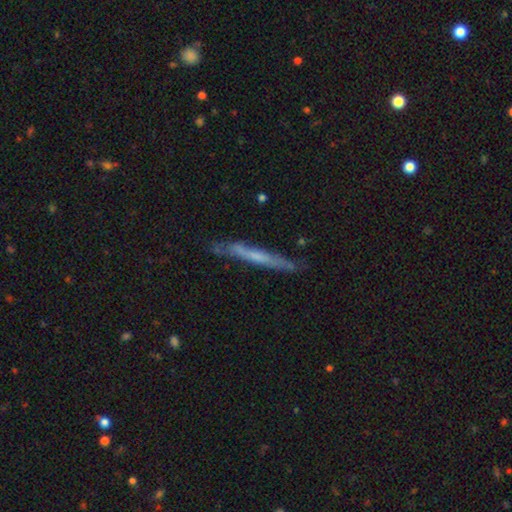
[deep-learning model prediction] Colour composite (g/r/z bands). It shows a featured or disk galaxy (55%) viewed edge-on (89%). Merging: none (75%).